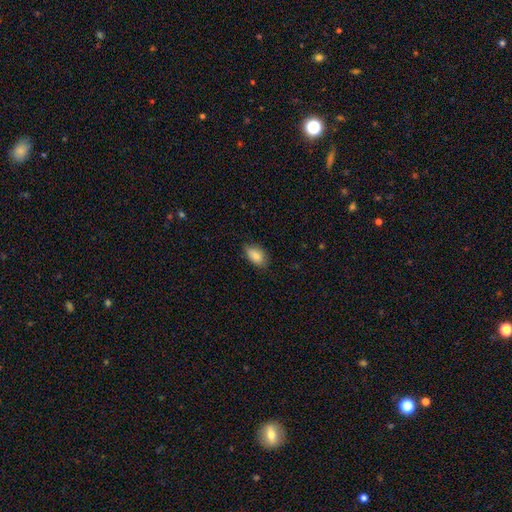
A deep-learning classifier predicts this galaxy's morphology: This appears to be a smooth galaxy with no disk features (84%) that is in between round and cigar-shaped (91%). Merging: none (79%).